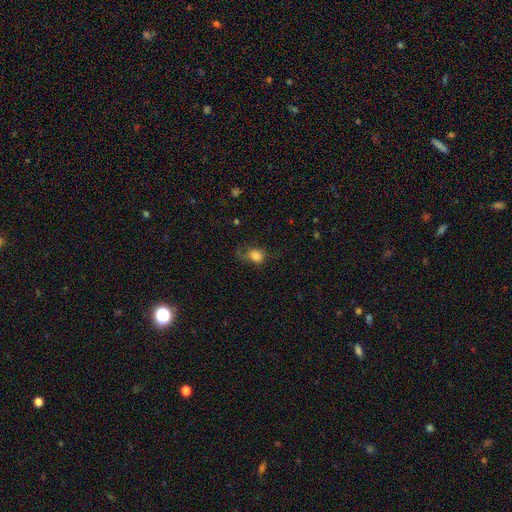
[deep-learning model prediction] This appears to be a smooth galaxy with no disk features (81%) that is in between round and cigar-shaped (49%, tied with round). Merging: none (45%).